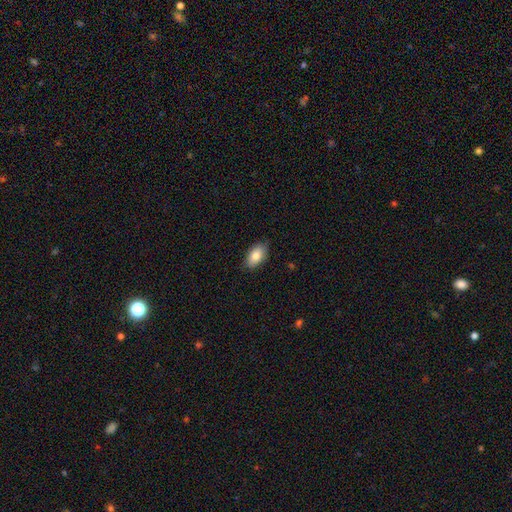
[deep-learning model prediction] Smooth or featured? Predicted: smooth (p=0.84). How rounded? Predicted: in between (p=0.93). Merging? Predicted: none (p=0.85).